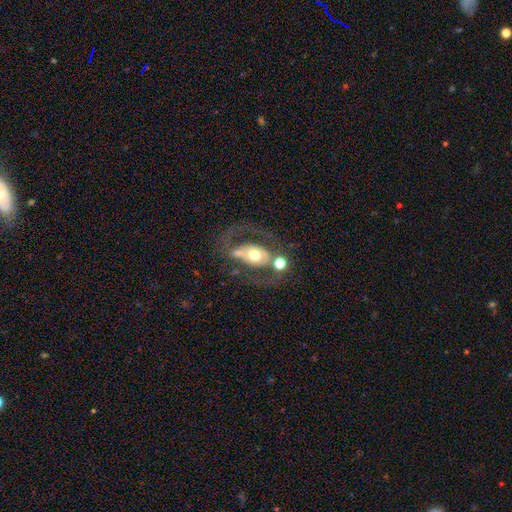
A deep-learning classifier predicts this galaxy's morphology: A featured or disk galaxy (78%) with no bar (53%), spiral arms (65%) and a moderate central bulge (66%). Merging: none (61%).